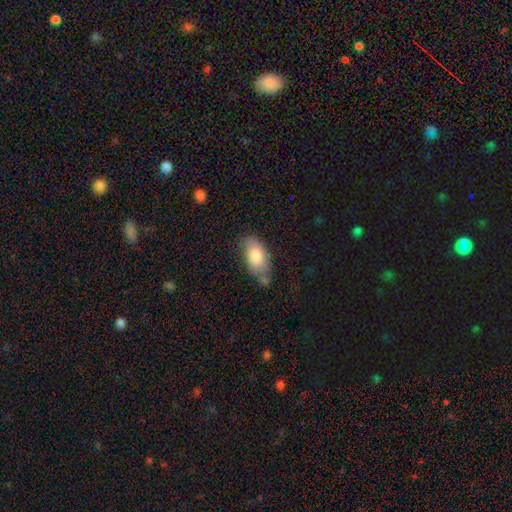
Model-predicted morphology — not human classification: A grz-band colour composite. It shows a smooth galaxy with no disk features (82%) that is in between round and cigar-shaped (92%). Merging: none (53%).